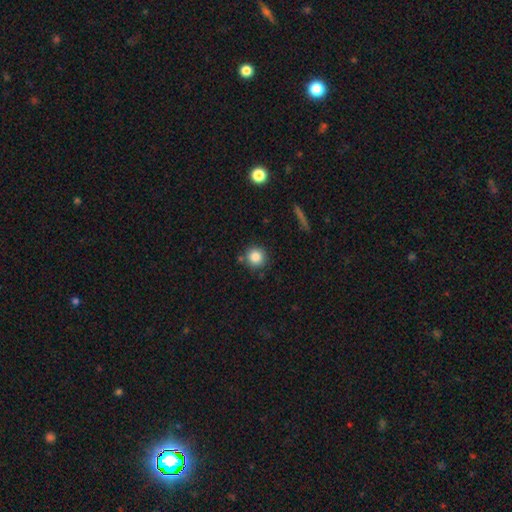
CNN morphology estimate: A smooth galaxy with no disk features (85%) that is round (93%).

Vote fractions:
- Smooth or featured? smooth: 85% / star or artifact: 10% / featured or disk: 5%
- How rounded? round: 93% / in between: 6% / cigar-shaped: 1%
- Merging? none: 83% / minor disturbance: 8% / merger: 6% / major disturbance: 3%